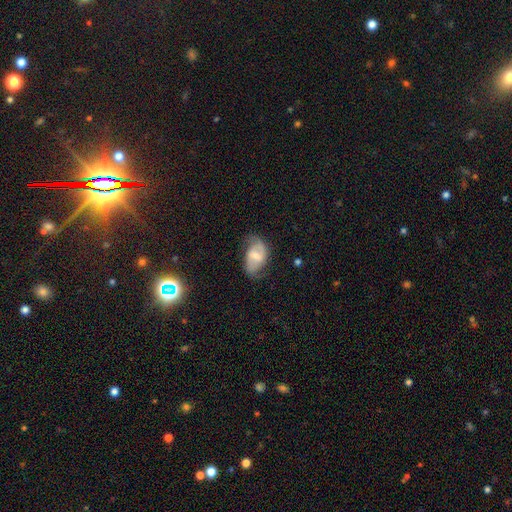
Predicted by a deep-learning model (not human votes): smooth-or-featured: featured or disk: 62% | smooth: 31% | star or artifact: 7%
  disk-edge-on: no: 96% | yes: 4%
    bar: weak: 50% | no: 27% | strong: 24%
    has-spiral-arms: yes: 83% | no: 17%
    bulge-size: moderate: 47% | small: 42% | none: 5% | large: 5% | dominant: 1%
  merging: none: 61% | minor disturbance: 25% | major disturbance: 11% | merger: 2%